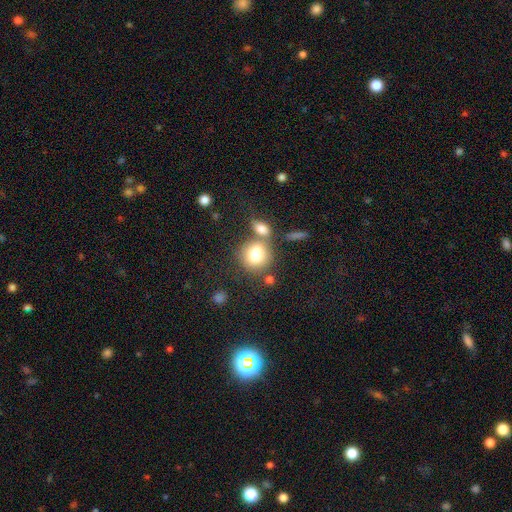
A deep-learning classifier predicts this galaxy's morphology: This appears to be a smooth galaxy with no disk features (77%) that is round (73%). Merging: none (53%).